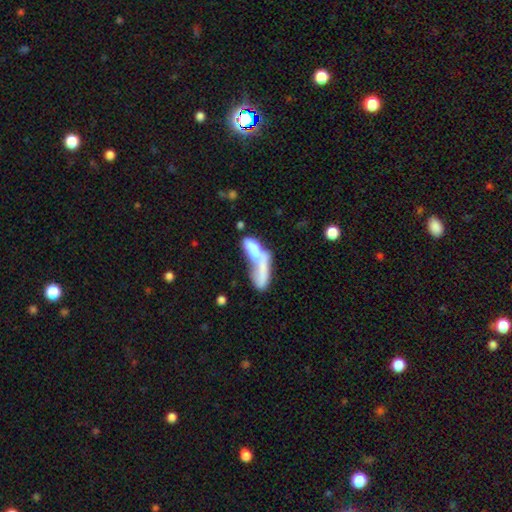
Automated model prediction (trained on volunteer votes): smooth-or-featured: smooth: 67% | featured or disk: 25% | star or artifact: 8%
  how-rounded: in between: 59% | cigar-shaped: 37% | round: 4%
  merging: merger: 72% | major disturbance: 12% | none: 10% | minor disturbance: 6%